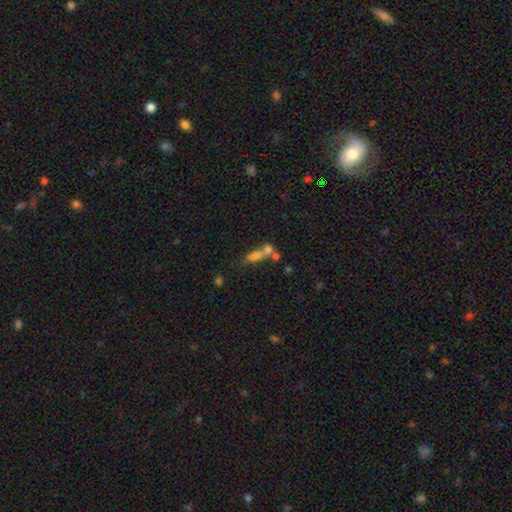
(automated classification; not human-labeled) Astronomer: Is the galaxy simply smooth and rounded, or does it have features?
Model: smooth — 66%.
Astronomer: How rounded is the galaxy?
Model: in between — 57% (runner-up: cigar-shaped, 33%).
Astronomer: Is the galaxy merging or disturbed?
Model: merger — 50% (runner-up: none, 29%).